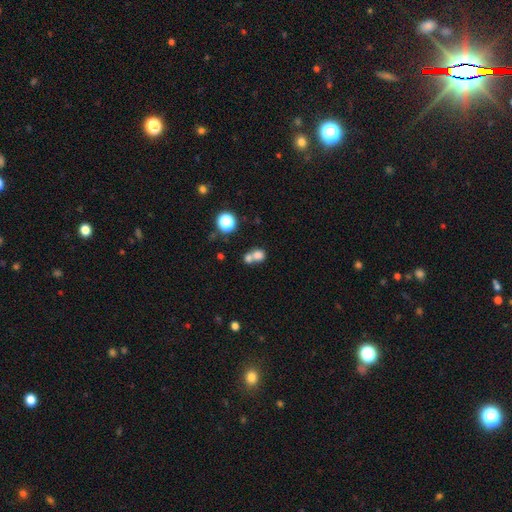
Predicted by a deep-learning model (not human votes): A smooth galaxy with no disk features (74%) that is round (73%).

Vote fractions:
- Smooth or featured? smooth: 74% / star or artifact: 14% / featured or disk: 13%
- How rounded? round: 73% / in between: 26% / cigar-shaped: 1%
- Merging? merger: 61% / none: 30% / minor disturbance: 6% / major disturbance: 3%